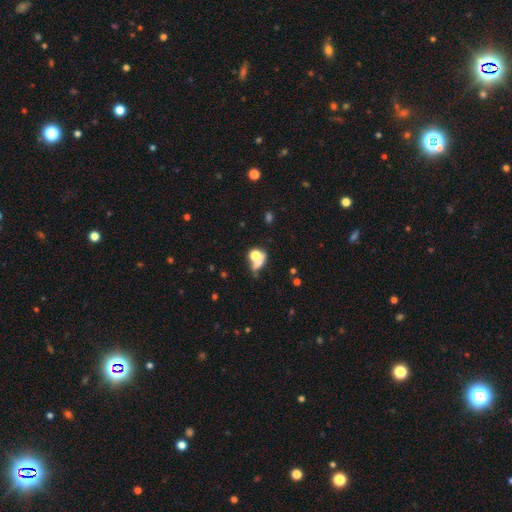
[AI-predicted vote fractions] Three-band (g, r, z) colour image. It shows a smooth galaxy with no disk features (64%) that is round (56%). Merging: merger (39%).